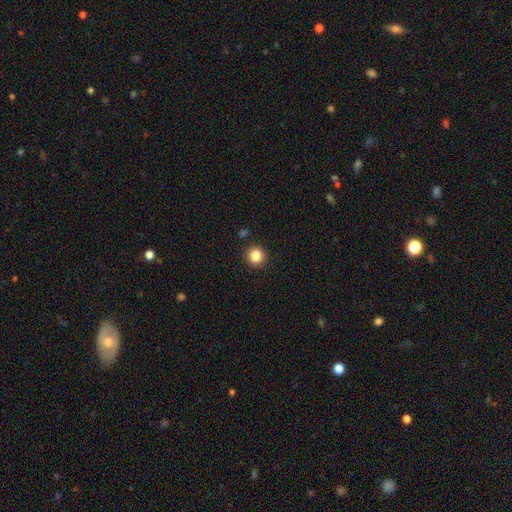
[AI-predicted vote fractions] Smooth or featured: smooth — 84% (star or artifact — 11%)
How rounded: round — 91% (in between — 8%)
Merging: none — 91% (minor disturbance — 6%)